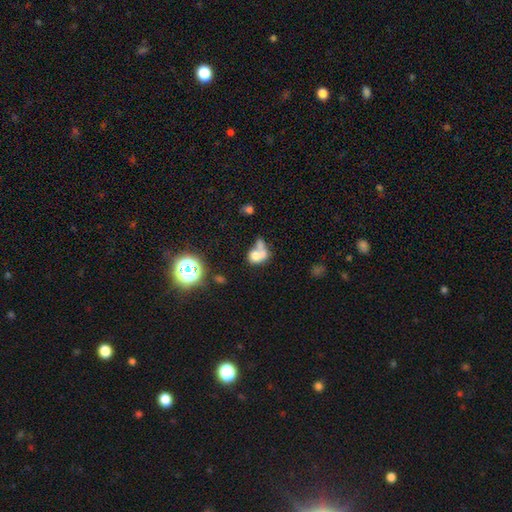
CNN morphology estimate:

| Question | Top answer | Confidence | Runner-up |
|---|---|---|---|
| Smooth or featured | smooth | 62% | featured or disk (23%) |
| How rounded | in between | 53% | round (45%) |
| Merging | merger | 60% | none (18%) |